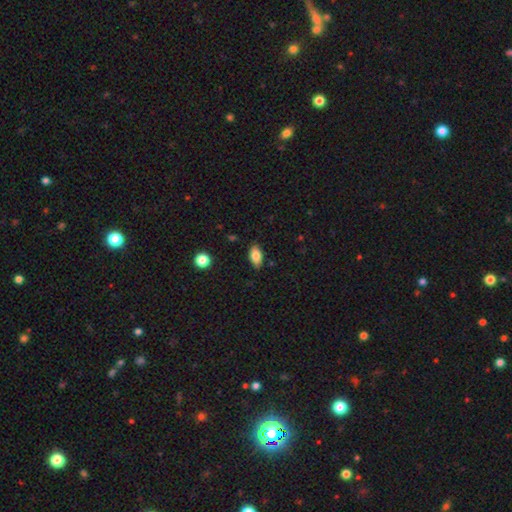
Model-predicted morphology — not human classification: type=smooth (80%); roundness=in between (89%); merging=none (85%).